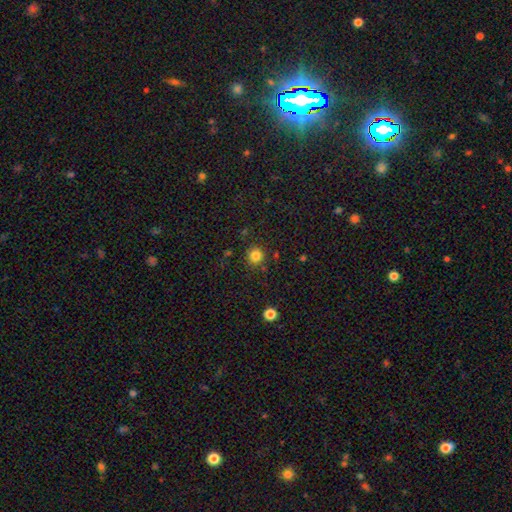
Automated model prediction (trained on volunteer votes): Smooth or featured? smooth (82%)
How rounded? round (93%)
Merging? none (86%)